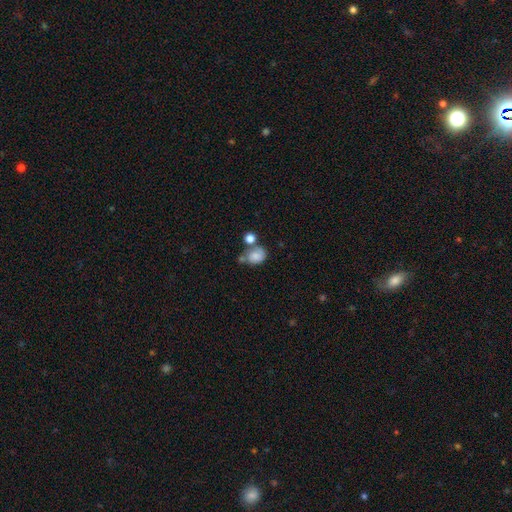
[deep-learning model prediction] The model was most divided on "how rounded": in between: 51%, round: 48%, cigar-shaped: 1%. Remaining: smooth or featured — smooth (78%); merging — none (39%).